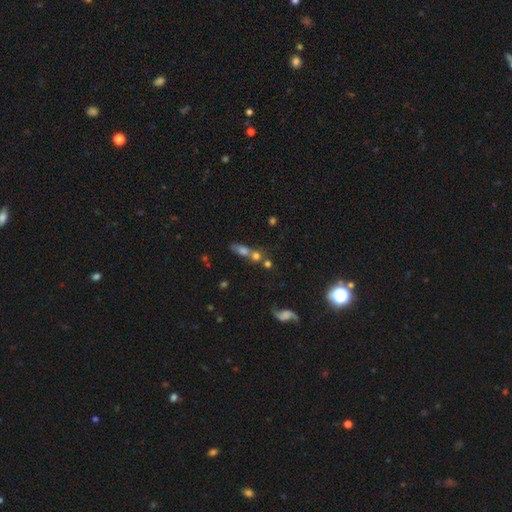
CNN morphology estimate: smooth-or-featured: smooth: 60% | featured or disk: 22% | star or artifact: 18%
  how-rounded: round: 51% | in between: 33% | cigar-shaped: 16%
  merging: merger: 51% | none: 34% | minor disturbance: 9% | major disturbance: 6%